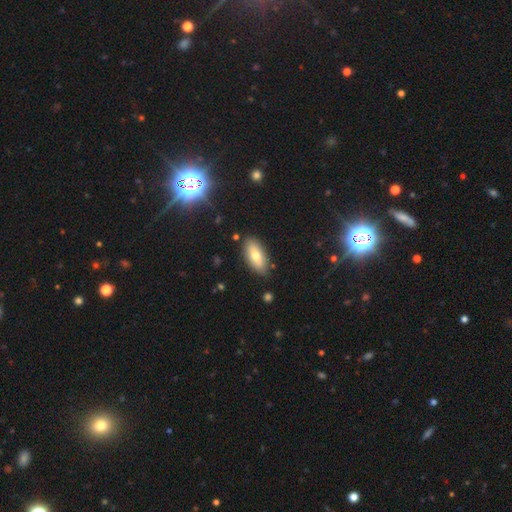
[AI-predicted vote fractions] Smooth or featured? smooth (71%)
How rounded? in between (89%)
Merging? none (84%)